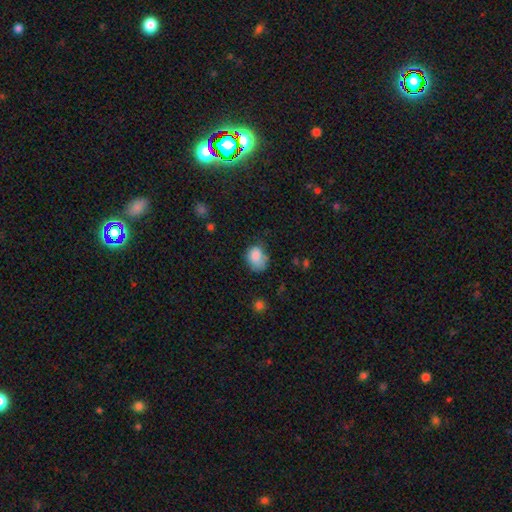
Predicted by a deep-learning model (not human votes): Q: Smooth or featured?
A: smooth (82%); runner-up: featured or disk (9%)
Q: How rounded?
A: in between (62%); runner-up: round (37%)
Q: Merging?
A: none (44%); runner-up: minor disturbance (34%)